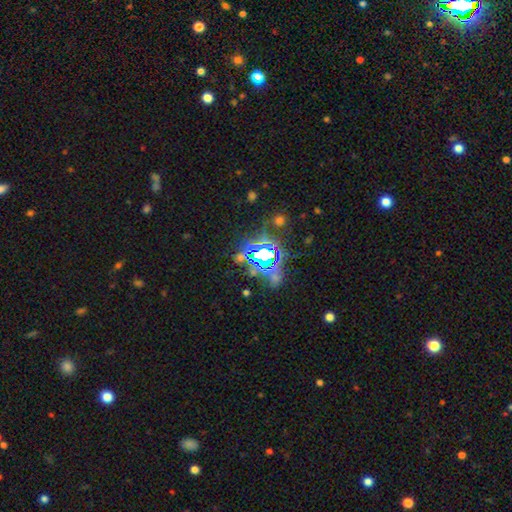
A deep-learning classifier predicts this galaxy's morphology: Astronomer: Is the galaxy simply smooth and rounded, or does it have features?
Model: star or artifact — 81%.